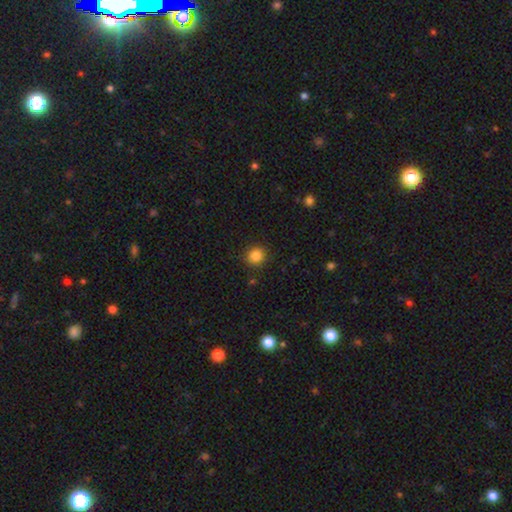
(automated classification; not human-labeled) smooth 85%, star or artifact 11%, featured or disk 4%. Down the decision tree: how rounded — round (89%); merging — none (90%).